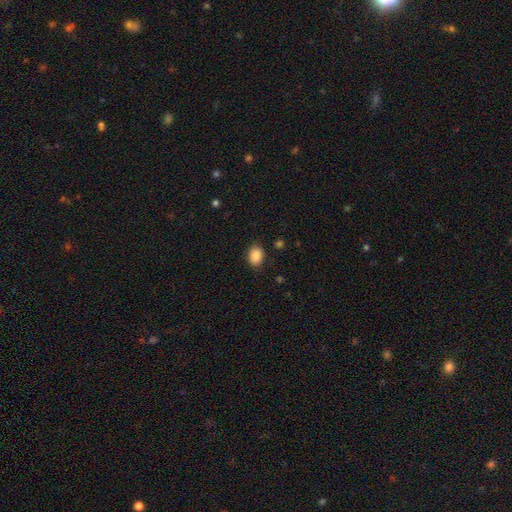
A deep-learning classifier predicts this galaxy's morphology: Smooth or featured?
  - smooth: 88% *
  - star or artifact: 8%
  - featured or disk: 4%
How rounded?
  - in between: 71% *
  - round: 28%
  - cigar-shaped: 1%
Merging?
  - none: 85% *
  - minor disturbance: 11%
  - major disturbance: 3%
  - merger: 1%